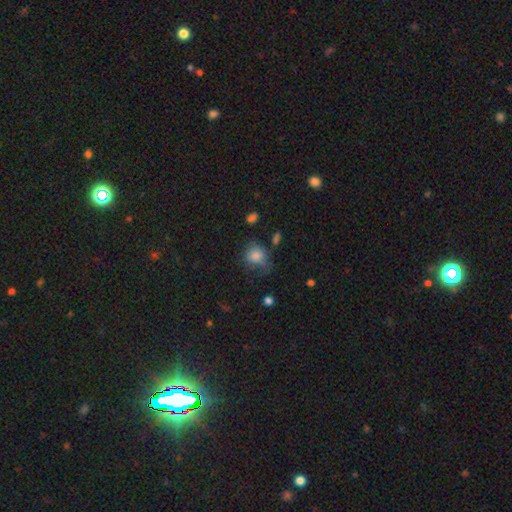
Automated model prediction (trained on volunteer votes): The model was most divided on "merging": none: 42%, minor disturbance: 31%, major disturbance: 23%, merger: 4%. More confident: smooth or featured — smooth (79%); how rounded — round (62%).